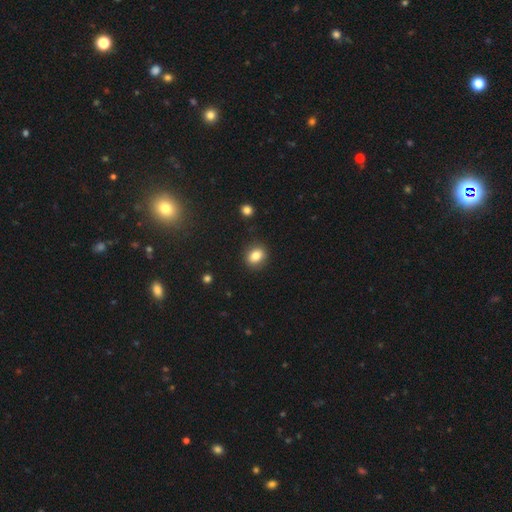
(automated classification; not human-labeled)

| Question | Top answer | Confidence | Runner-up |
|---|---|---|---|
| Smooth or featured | smooth | 82% | star or artifact (10%) |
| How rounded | round | 52% | in between (47%) |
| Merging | none | 86% | minor disturbance (10%) |